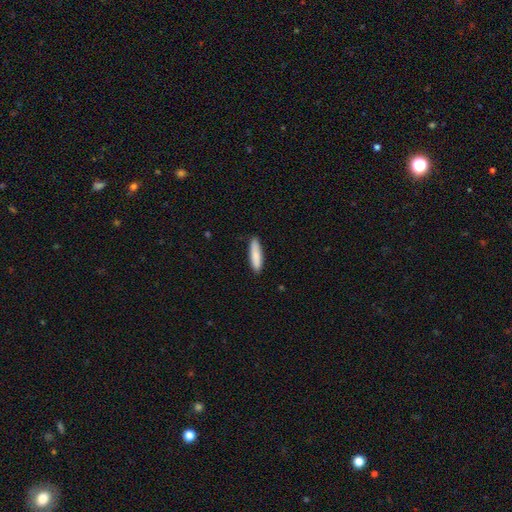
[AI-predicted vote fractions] Q: Smooth or featured?
A: smooth (86%); runner-up: featured or disk (8%)
Q: How rounded?
A: cigar-shaped (77%); runner-up: in between (22%)
Q: Merging?
A: none (89%); runner-up: minor disturbance (9%)